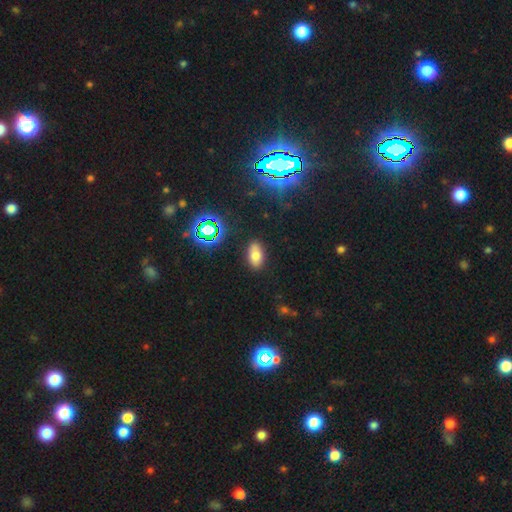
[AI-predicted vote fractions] smooth_or_featured: smooth (p=0.69) [alt: star or artifact p=0.19]
how_rounded: in between (p=0.90) [alt: round p=0.07]
merging: none (p=0.85) [alt: minor disturbance p=0.10]